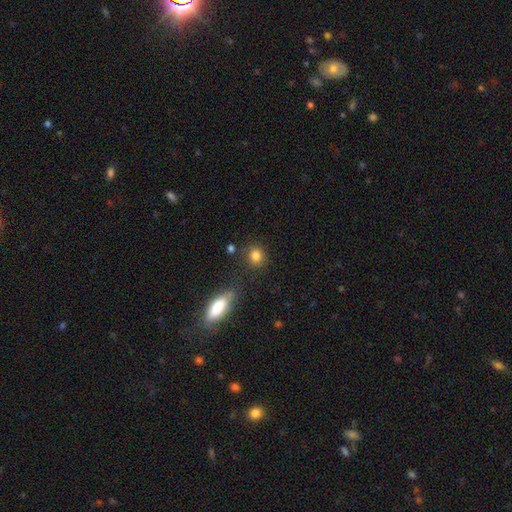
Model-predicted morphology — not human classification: type=smooth (84%); roundness=round (76%); merging=none (78%).